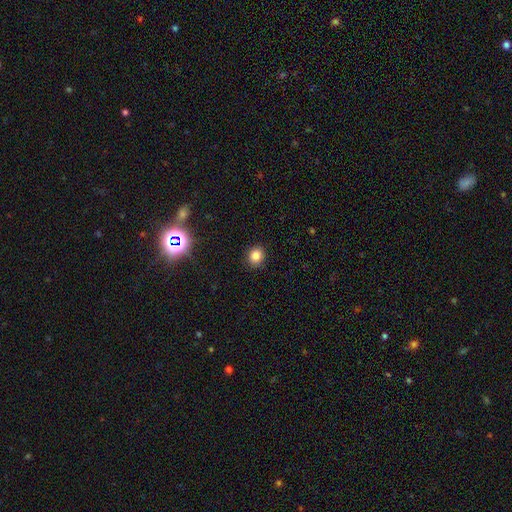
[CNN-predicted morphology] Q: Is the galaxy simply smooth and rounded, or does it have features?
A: smooth — 82%.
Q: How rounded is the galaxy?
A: round — 77%.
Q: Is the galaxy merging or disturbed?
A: none — 90%.